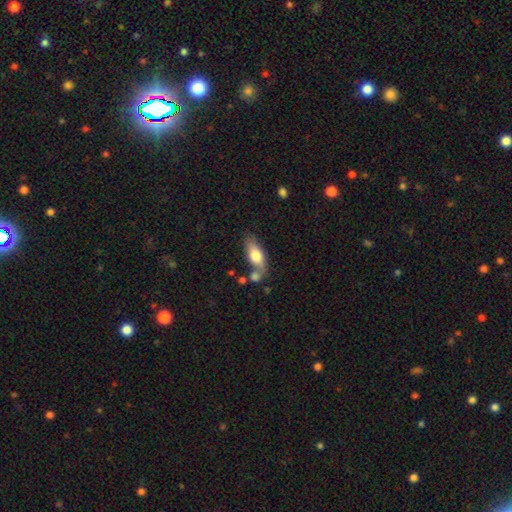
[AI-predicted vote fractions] Overall: smooth (72%). How rounded: in between (82%). Merging: none (52%; merger 22%).